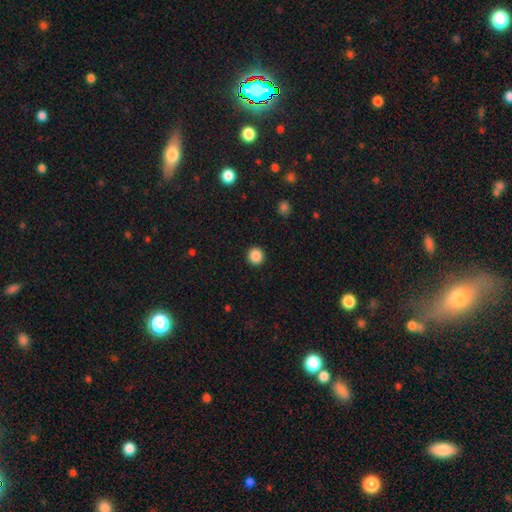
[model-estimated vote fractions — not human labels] Q: Smooth or featured?
A: smooth (87%); runner-up: star or artifact (10%)
Q: How rounded?
A: round (94%); runner-up: in between (5%)
Q: Merging?
A: none (93%); runner-up: minor disturbance (4%)